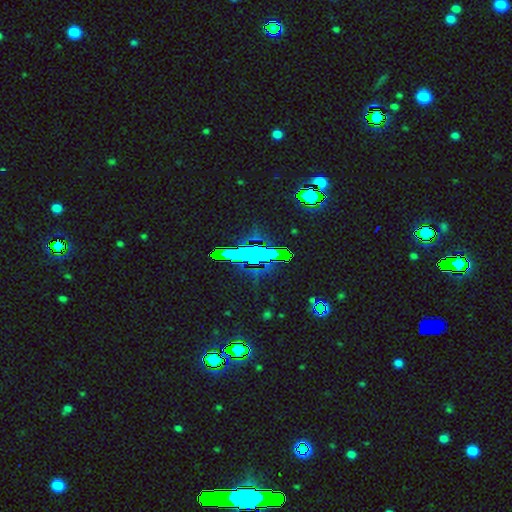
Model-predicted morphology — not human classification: smooth_or_featured: star or artifact (p=0.71) [alt: smooth p=0.17]